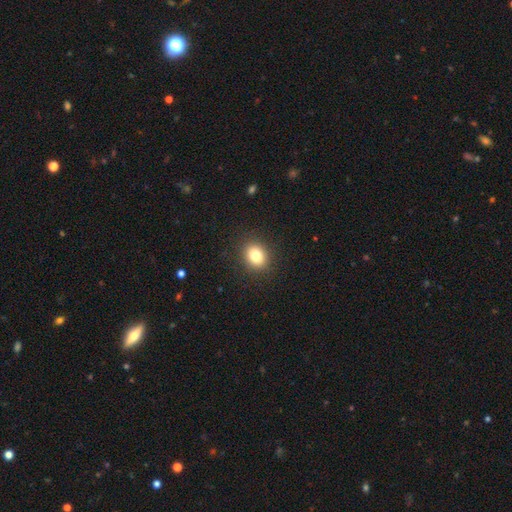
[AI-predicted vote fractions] A smooth galaxy with no disk features (81%) that is round (57%). Merging: none (89%).